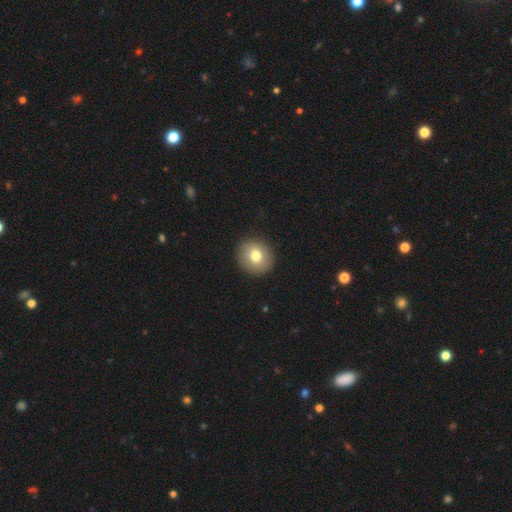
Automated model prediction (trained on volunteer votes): This appears to be a smooth galaxy with no disk features (76%) that is round (86%). Merging: none (90%).